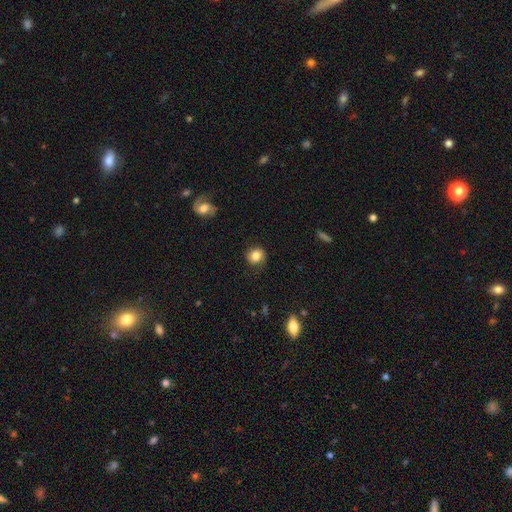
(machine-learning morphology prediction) The model was most divided on "merging": none: 72%, minor disturbance: 20%, major disturbance: 7%, merger: 1%. More confident: smooth or featured — smooth (79%); how rounded — round (77%).